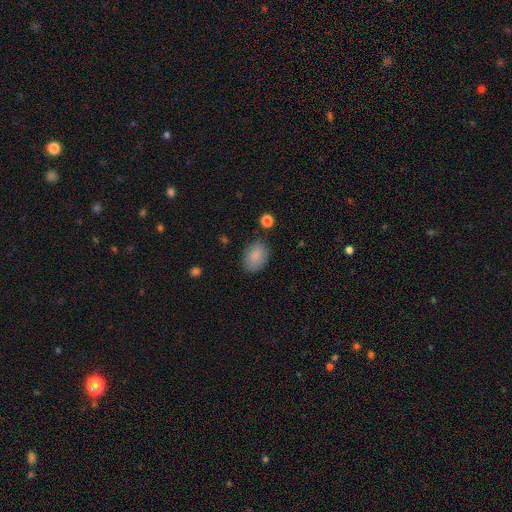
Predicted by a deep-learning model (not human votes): Smooth or featured: smooth — 85% (featured or disk — 7%)
How rounded: in between — 80% (round — 18%)
Merging: none — 79% (minor disturbance — 15%)